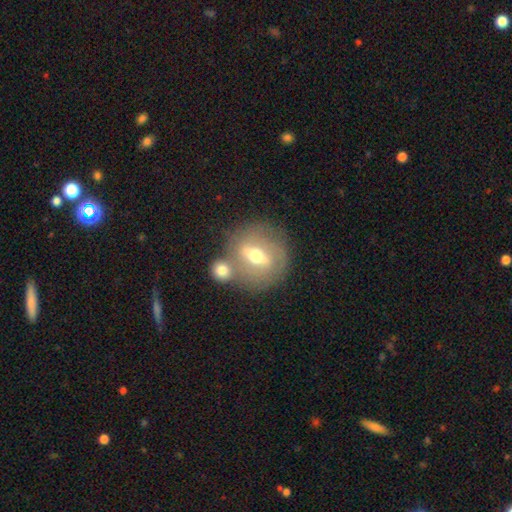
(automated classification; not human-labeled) A featured or disk galaxy (57%).

Vote fractions:
- Smooth or featured? featured or disk: 57% / smooth: 35% / star or artifact: 8%
- Edge-on disk? no: 84% / yes: 16%
- Merging? none: 54% / merger: 28% / minor disturbance: 13% / major disturbance: 5%